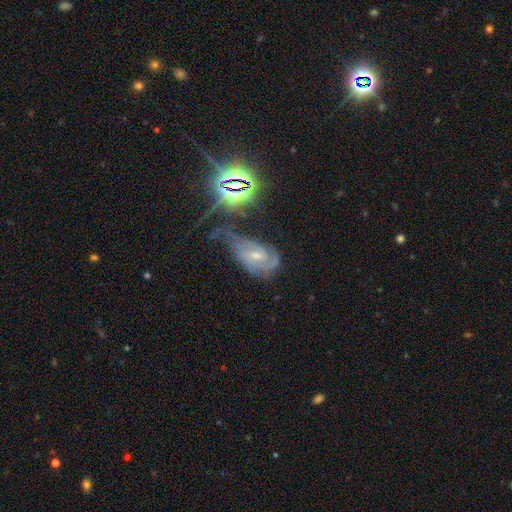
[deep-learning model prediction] Morphology: type=featured or disk (71%); edge-on=no (96%); bar=weak (48%); spiral arms=yes (92%); winding=tight (44%); arm count=2 (35%); bulge=small (51%); merging=none (44%).